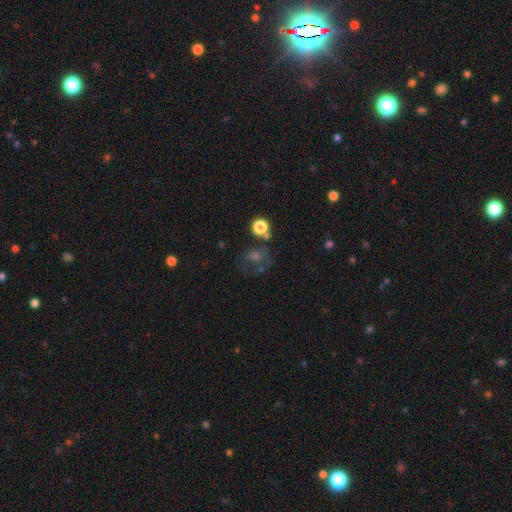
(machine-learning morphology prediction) Smooth or featured? star or artifact (36%)